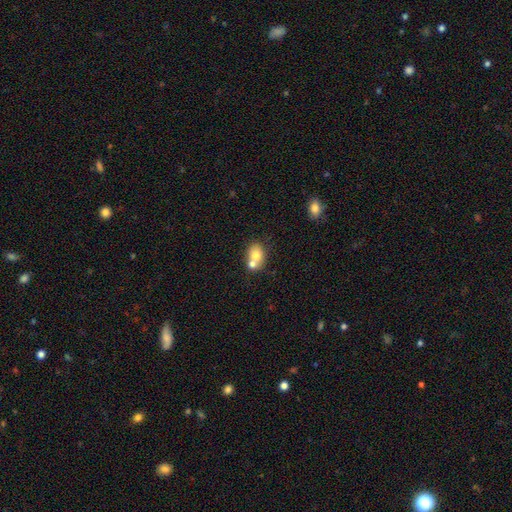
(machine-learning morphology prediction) Smooth or featured: smooth — 72% (featured or disk — 18%)
How rounded: in between — 52% (round — 47%)
Merging: merger — 54% (none — 35%)